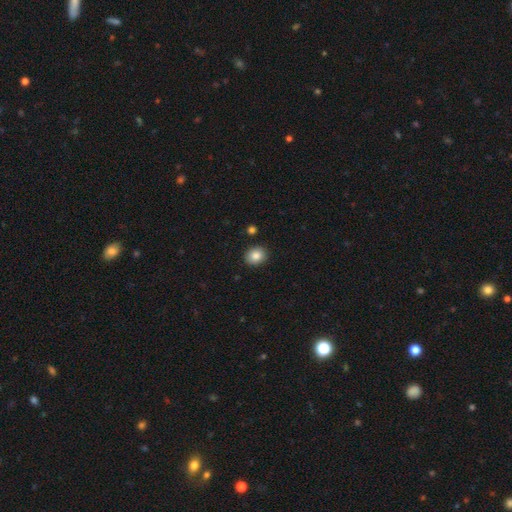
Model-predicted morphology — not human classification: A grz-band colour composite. It shows a smooth galaxy with no disk features (85%) that is round (62%). Merging: none (89%).